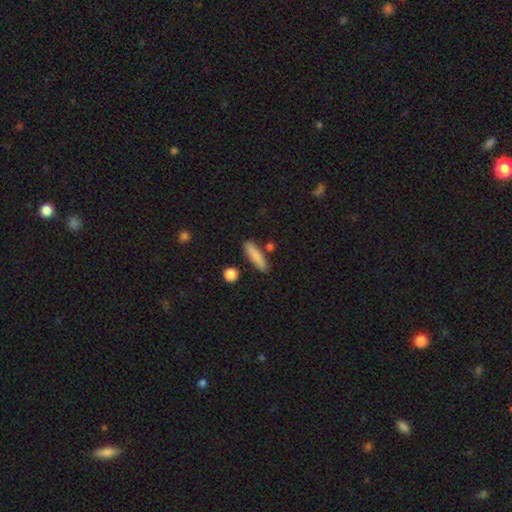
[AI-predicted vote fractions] Overall: smooth (84%). How rounded: cigar-shaped (74%). Merging: none (83%).